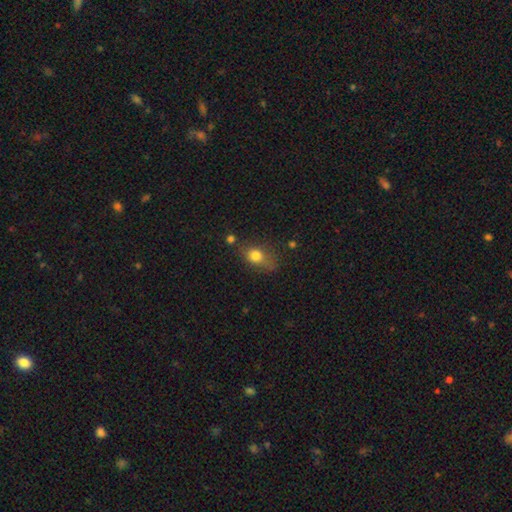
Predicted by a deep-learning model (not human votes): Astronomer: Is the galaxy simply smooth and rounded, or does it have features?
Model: smooth — 78%.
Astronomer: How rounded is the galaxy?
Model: in between — 62%.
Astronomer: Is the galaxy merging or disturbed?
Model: none — 53%.